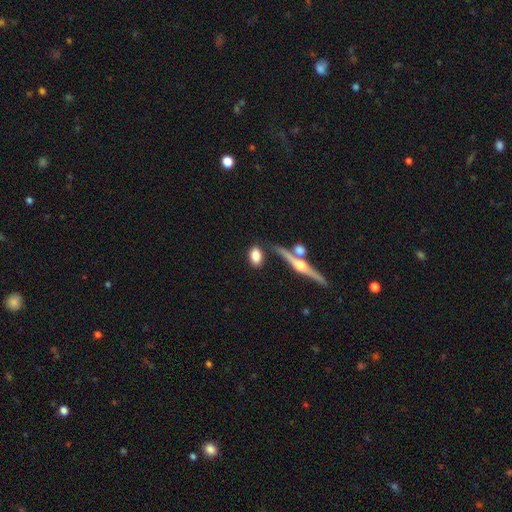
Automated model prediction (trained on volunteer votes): A smooth galaxy with no disk features (75%) that is in between round and cigar-shaped (81%).

Vote fractions:
- Smooth or featured? smooth: 75% / featured or disk: 18% / star or artifact: 7%
- How rounded? in between: 81% / round: 13% / cigar-shaped: 6%
- Merging? none: 71% / minor disturbance: 13% / merger: 11% / major disturbance: 4%